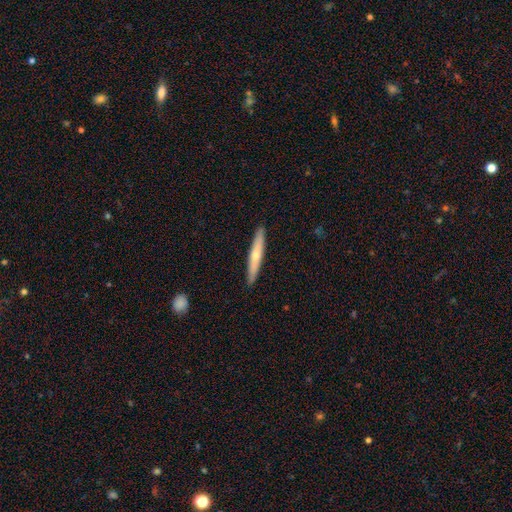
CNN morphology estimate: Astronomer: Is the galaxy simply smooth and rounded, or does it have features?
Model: smooth — 47%, tied with featured or disk at 47%.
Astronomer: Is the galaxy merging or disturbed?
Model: none — 91%.